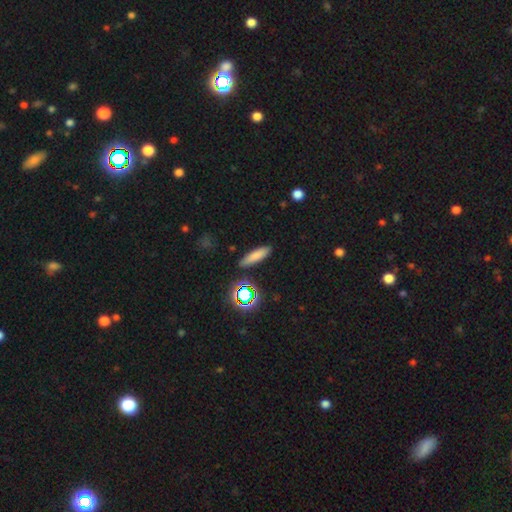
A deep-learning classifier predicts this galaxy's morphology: Overall: smooth (77%). How rounded: cigar-shaped (66%; in between 30%). Merging: none (87%).